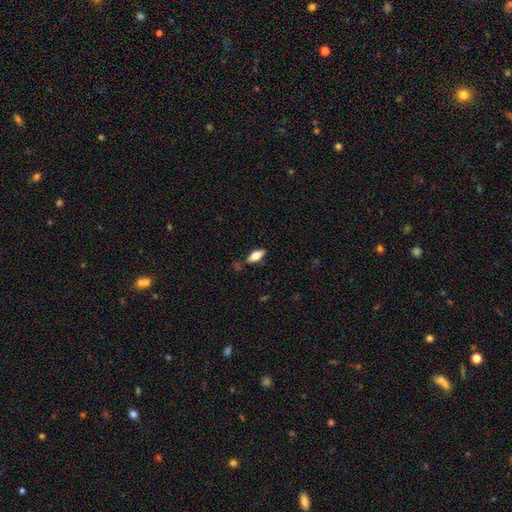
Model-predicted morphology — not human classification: Q: Smooth or featured?
A: smooth (70%); runner-up: featured or disk (22%)
Q: How rounded?
A: in between (78%); runner-up: cigar-shaped (20%)
Q: Merging?
A: none (76%); runner-up: minor disturbance (16%)